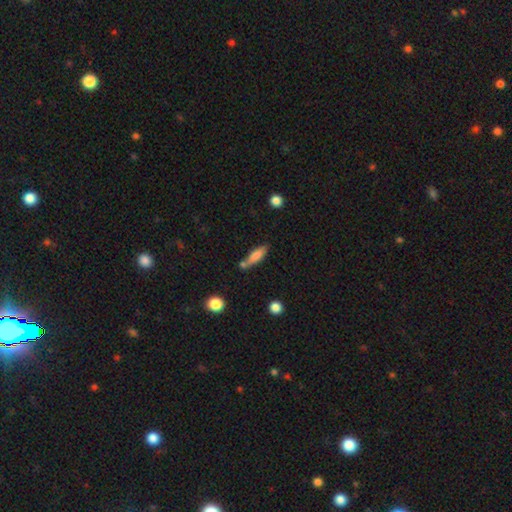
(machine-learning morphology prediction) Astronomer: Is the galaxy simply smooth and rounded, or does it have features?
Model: smooth — 77%.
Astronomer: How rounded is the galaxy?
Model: cigar-shaped — 64%.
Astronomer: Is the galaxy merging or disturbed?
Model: none — 58%.